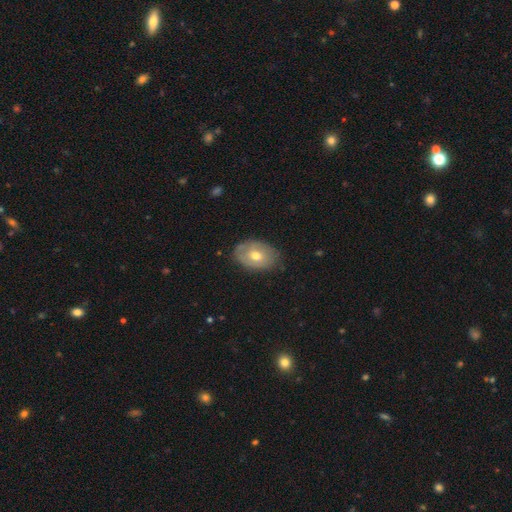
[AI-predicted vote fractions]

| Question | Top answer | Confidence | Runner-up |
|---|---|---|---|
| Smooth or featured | smooth | 50% | featured or disk (43%) |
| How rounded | in between | 82% | round (17%) |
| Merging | none | 74% | minor disturbance (21%) |